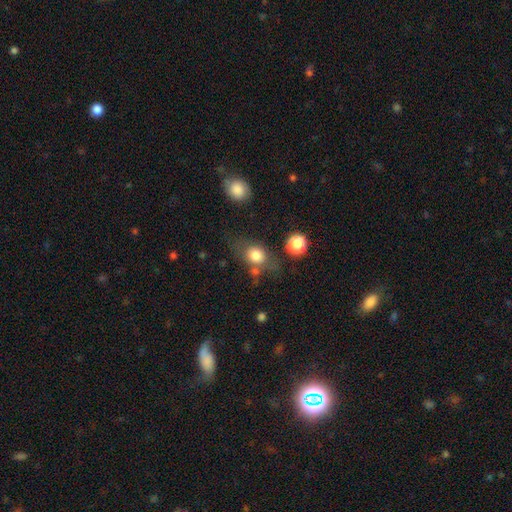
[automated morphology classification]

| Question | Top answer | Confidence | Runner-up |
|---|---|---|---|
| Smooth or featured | smooth | 77% | featured or disk (13%) |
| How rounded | round | 50% | in between (48%) |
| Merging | none | 55% | minor disturbance (20%) |